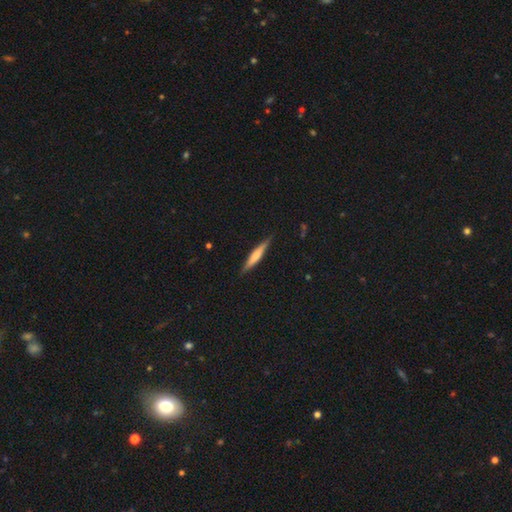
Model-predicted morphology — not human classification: Smooth or featured? Predicted: smooth (p=0.54). How rounded? Predicted: cigar-shaped (p=0.92). Merging? Predicted: none (p=0.87).